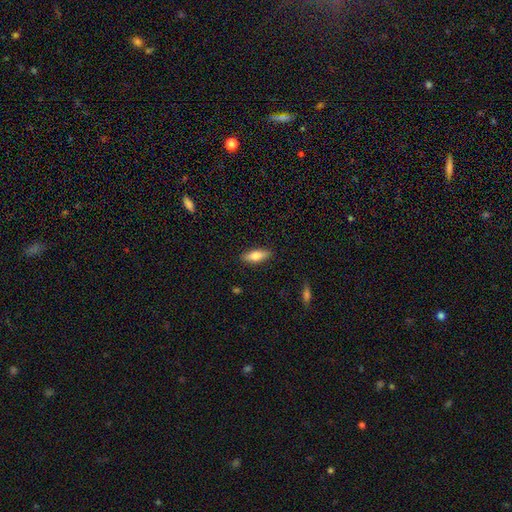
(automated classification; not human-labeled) Smooth or featured: smooth — 74% (featured or disk — 20%)
How rounded: in between — 65% (cigar-shaped — 32%)
Merging: none — 88% (minor disturbance — 9%)